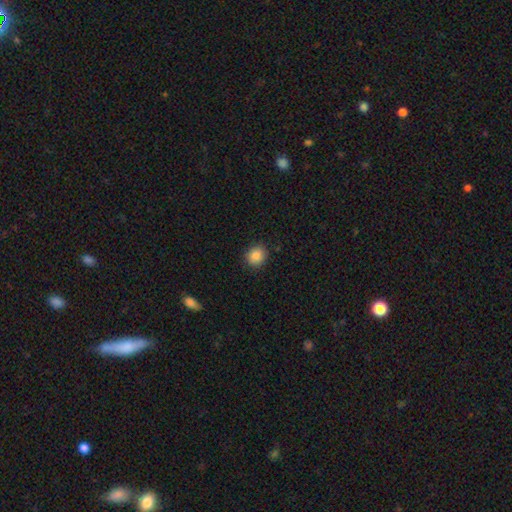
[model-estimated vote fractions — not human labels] A smooth galaxy with no disk features (87%) that is round (81%).

Vote fractions:
- Smooth or featured? smooth: 87% / star or artifact: 10% / featured or disk: 4%
- How rounded? round: 81% / in between: 18% / cigar-shaped: 1%
- Merging? none: 90% / minor disturbance: 7% / major disturbance: 2% / merger: 1%